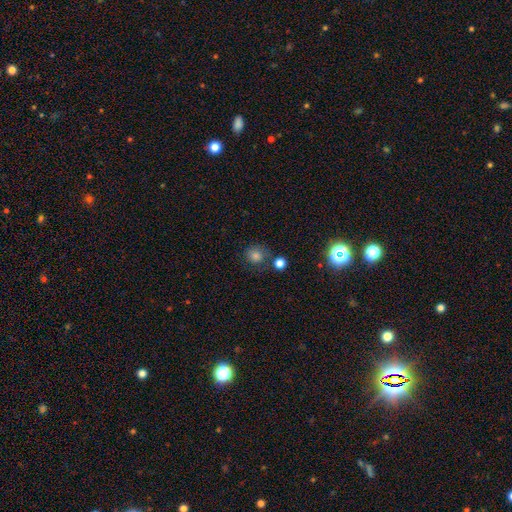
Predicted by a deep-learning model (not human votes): Smooth or featured: smooth — 78% (star or artifact — 16%)
How rounded: round — 84% (in between — 15%)
Merging: none — 70% (minor disturbance — 13%)